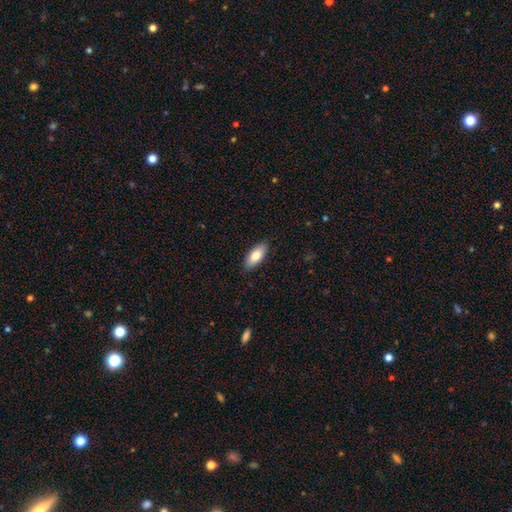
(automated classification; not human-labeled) Smooth or featured? smooth (81%)
How rounded? in between (82%)
Merging? none (87%)